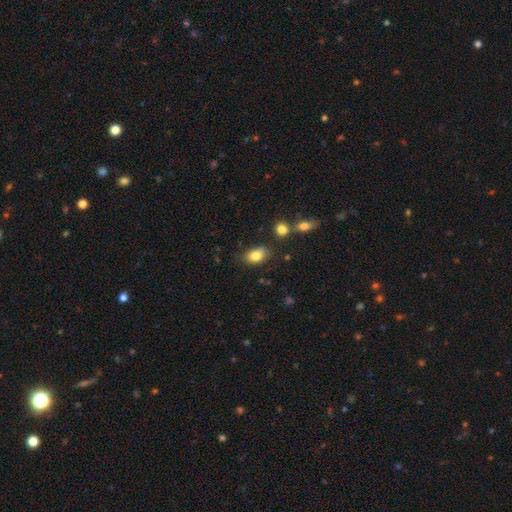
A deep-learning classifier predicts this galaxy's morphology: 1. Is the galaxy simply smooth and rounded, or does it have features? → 82% smooth, 10% featured or disk, 9% star or artifact.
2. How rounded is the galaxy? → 85% in between, 13% round, 2% cigar-shaped.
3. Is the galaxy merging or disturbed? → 74% none, 17% minor disturbance, 6% merger, 4% major disturbance.